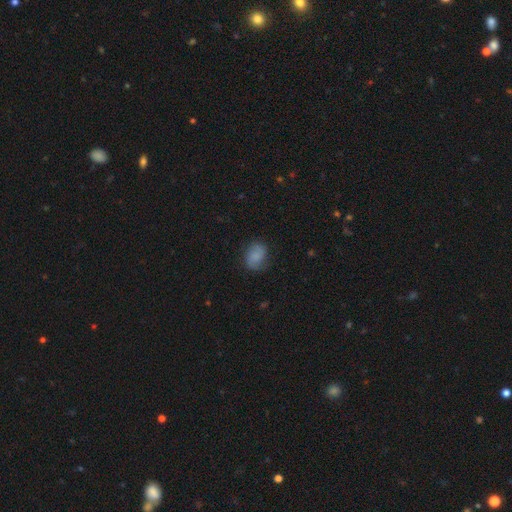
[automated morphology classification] A smooth galaxy with no disk features (67%) that is in between round and cigar-shaped (58%).

Vote fractions:
- Smooth or featured? smooth: 67% / featured or disk: 23% / star or artifact: 9%
- How rounded? in between: 58% / round: 41% / cigar-shaped: 1%
- Merging? none: 69% / minor disturbance: 22% / major disturbance: 8% / merger: 1%